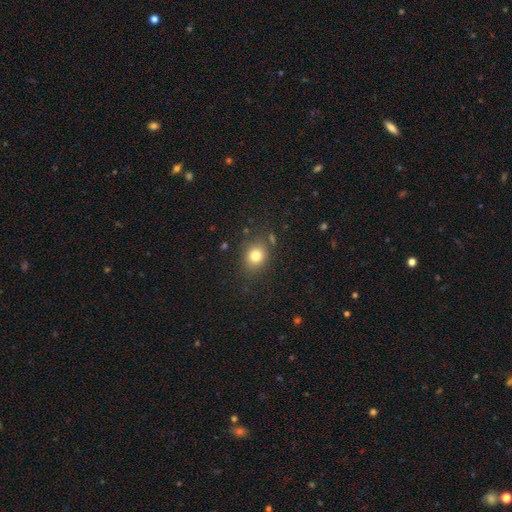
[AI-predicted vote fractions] A smooth galaxy with no disk features (80%) that is round (67%). Merging: none (80%).